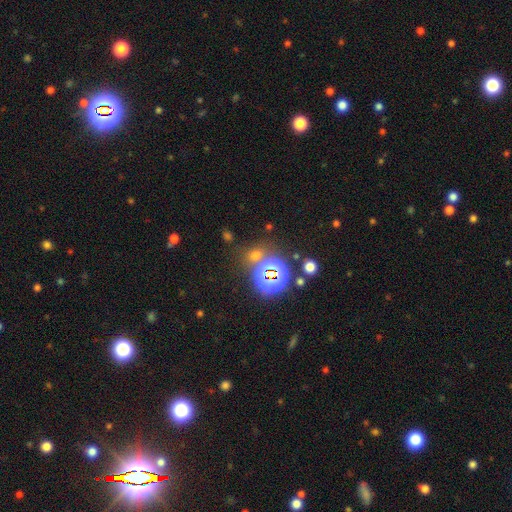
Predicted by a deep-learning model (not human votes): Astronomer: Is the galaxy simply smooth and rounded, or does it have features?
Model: star or artifact — 50% (runner-up: smooth, 43%).